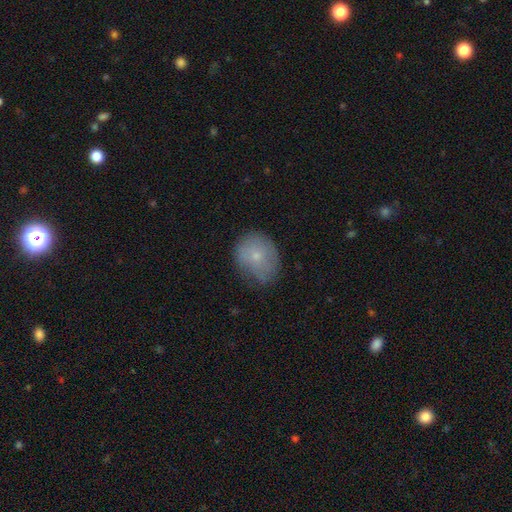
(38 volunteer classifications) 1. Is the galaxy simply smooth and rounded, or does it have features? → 68% smooth, 26% featured or disk, 5% star or artifact.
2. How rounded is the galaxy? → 54% round, 46% in between, 0% cigar-shaped.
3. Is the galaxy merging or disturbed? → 61% none, 28% minor disturbance, 11% major disturbance, 0% merger.